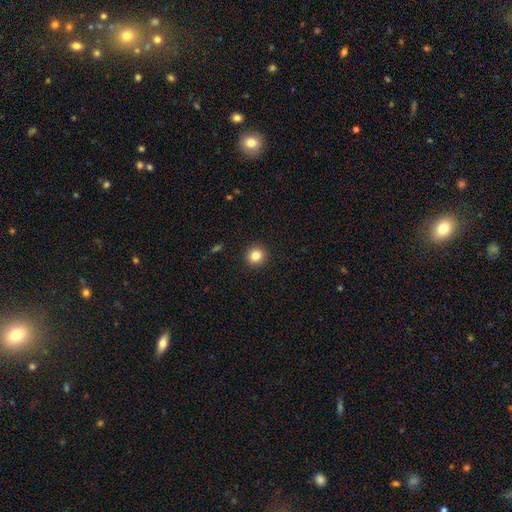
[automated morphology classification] A smooth galaxy with no disk features (84%) that is round (93%). Merging: none (93%).